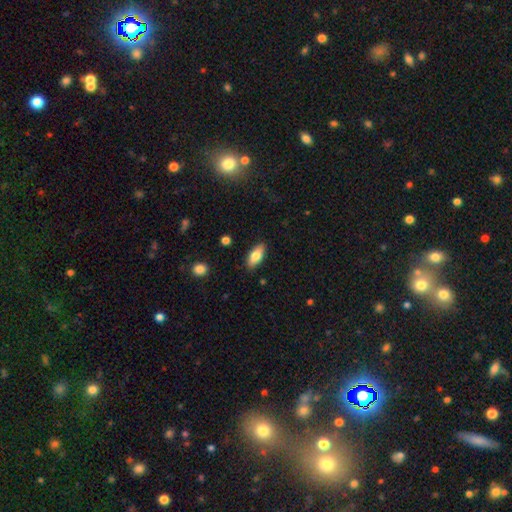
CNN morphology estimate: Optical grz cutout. It shows a smooth galaxy with no disk features (76%) that is in between round and cigar-shaped (82%). Merging: none (87%).